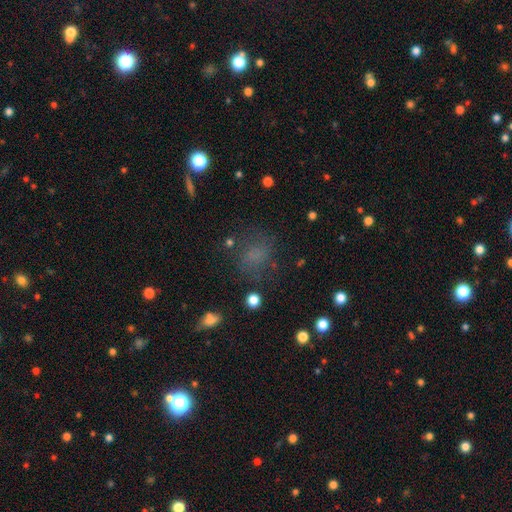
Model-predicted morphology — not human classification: smooth_or_featured: smooth (p=0.63) [alt: star or artifact p=0.23]
how_rounded: round (p=0.58) [alt: in between p=0.40]
merging: none (p=0.65) [alt: minor disturbance p=0.18]